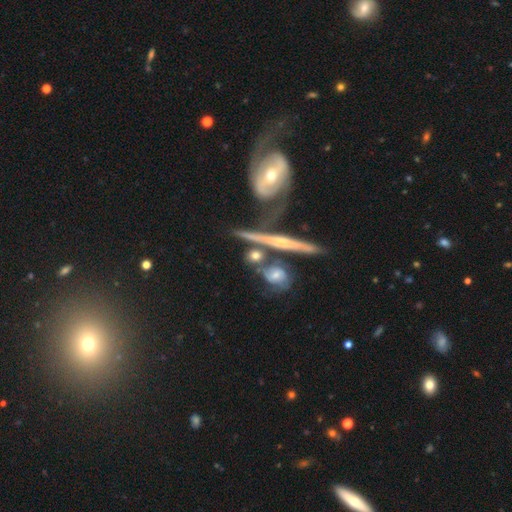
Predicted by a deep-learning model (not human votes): A smooth galaxy with no disk features (52%) that is round (44%).

Vote fractions:
- Smooth or featured? smooth: 52% / featured or disk: 39% / star or artifact: 10%
- How rounded? round: 44% / cigar-shaped: 36% / in between: 21%
- Merging? none: 56% / merger: 20% / minor disturbance: 16% / major disturbance: 8%